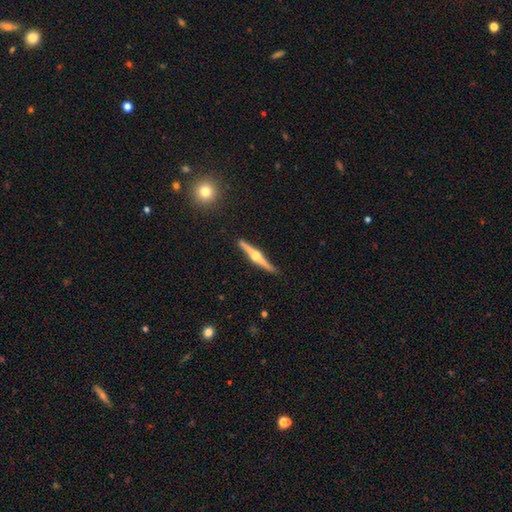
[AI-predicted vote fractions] Smooth or featured?
  - featured or disk: 82% *
  - smooth: 13%
  - star or artifact: 5%
Edge-on disk?
  - yes: 98% *
  - no: 2%
Edge-on bulge?
  - rounded: 96% *
  - boxy: 2%
  - none: 2%
Merging?
  - none: 89% *
  - minor disturbance: 8%
  - major disturbance: 2%
  - merger: 2%